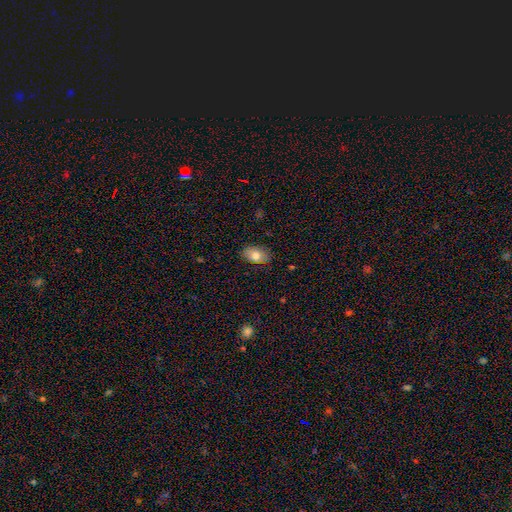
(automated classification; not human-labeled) Morphology: type=smooth (79%); roundness=in between (91%); merging=none (85%).